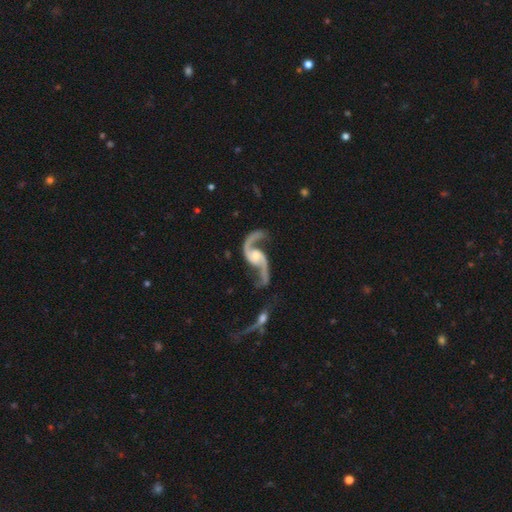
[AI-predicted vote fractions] smooth_or_featured: featured or disk (p=0.93) [alt: star or artifact p=0.04]
disk_edge_on: no (p=0.97) [alt: yes p=0.03]
bar: no (p=0.59) [alt: weak p=0.31]
has_spiral_arms: yes (p=0.98) [alt: no p=0.02]
spiral_winding: loose (p=0.73) [alt: medium p=0.22]
spiral_arm_count: 2 (p=0.93) [alt: 1 p=0.02]
bulge_size: moderate (p=0.47) [alt: small p=0.40]
merging: none (p=0.60) [alt: minor disturbance p=0.17]